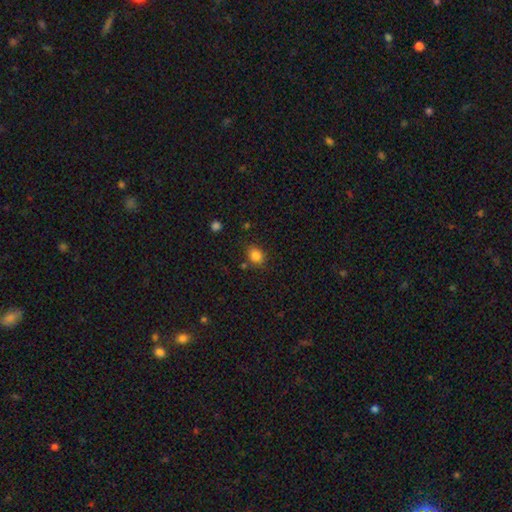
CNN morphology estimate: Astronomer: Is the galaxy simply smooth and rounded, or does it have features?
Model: smooth — 84%.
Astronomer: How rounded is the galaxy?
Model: round — 52% (runner-up: in between, 47%).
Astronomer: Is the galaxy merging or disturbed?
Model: none — 78%.